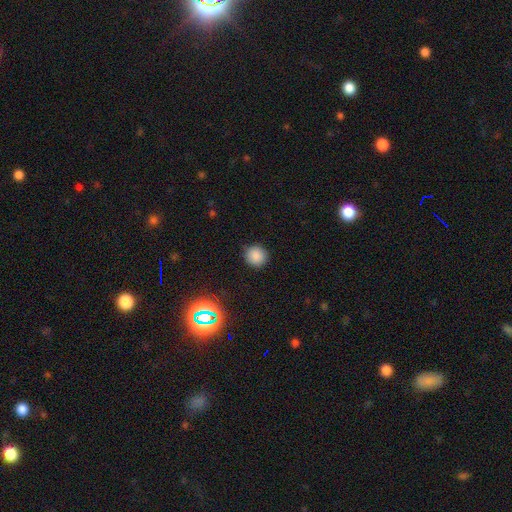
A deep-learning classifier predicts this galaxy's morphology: Overall: smooth (84%). How rounded: round (91%). Merging: none (89%).